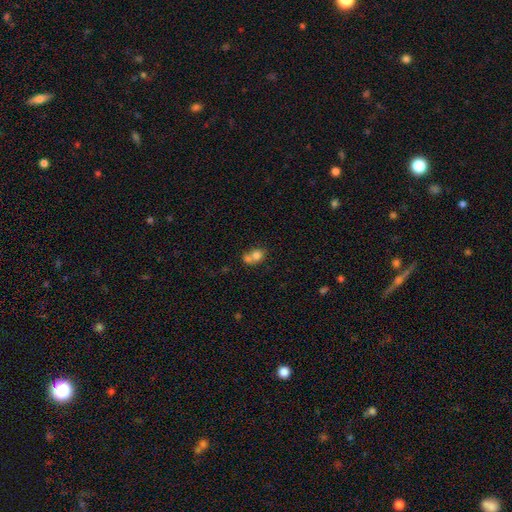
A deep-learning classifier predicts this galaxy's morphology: smooth-or-featured: smooth: 75% | featured or disk: 15% | star or artifact: 10%
  how-rounded: round: 60% | in between: 39% | cigar-shaped: 1%
  merging: merger: 60% | none: 28% | minor disturbance: 8% | major disturbance: 4%